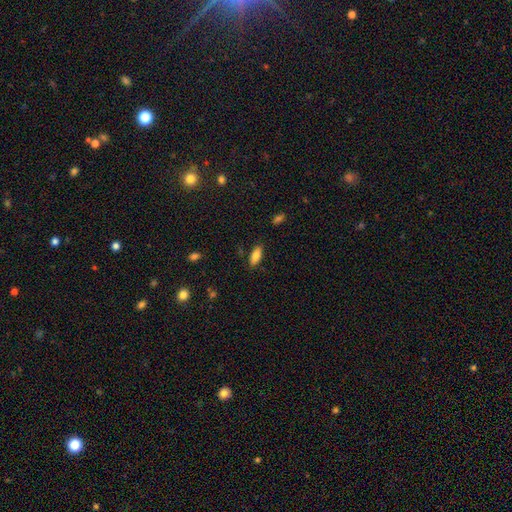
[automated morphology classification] A smooth galaxy with no disk features (83%) that is in between round and cigar-shaped (78%).

Vote fractions:
- Smooth or featured? smooth: 83% / featured or disk: 9% / star or artifact: 7%
- How rounded? in between: 78% / cigar-shaped: 20% / round: 2%
- Merging? none: 84% / minor disturbance: 12% / major disturbance: 2% / merger: 2%